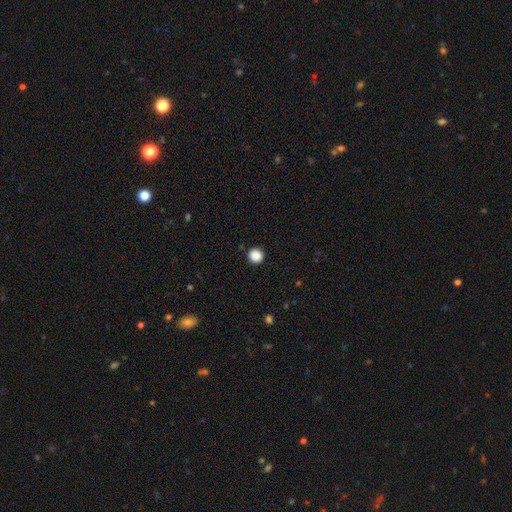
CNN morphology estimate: Smooth or featured? Predicted: smooth (p=0.88). How rounded? Predicted: round (p=0.92). Merging? Predicted: none (p=0.92).